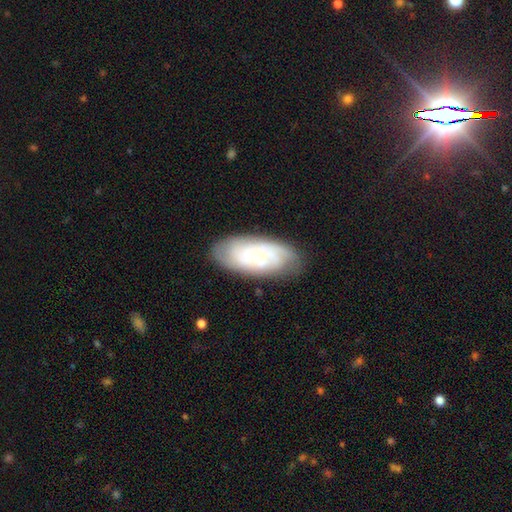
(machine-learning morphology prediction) Smooth or featured?
  - featured or disk: 66% *
  - smooth: 27%
  - star or artifact: 7%
Edge-on disk?
  - no: 92% *
  - yes: 8%
Bar?
  - no: 71% *
  - weak: 24%
  - strong: 5%
Spiral arms?
  - yes: 86% *
  - no: 14%
Spiral winding?
  - tight: 65% *
  - medium: 27%
  - loose: 8%
Spiral arm count?
  - can't tell: 49% *
  - 2: 23%
  - 3: 14%
  - 4: 6%
  - 1: 4%
  - more than 4: 3%
Bulge size?
  - small: 68% *
  - moderate: 27%
  - large: 2%
  - none: 2%
  - dominant: 1%
Merging?
  - none: 76% *
  - minor disturbance: 17%
  - major disturbance: 5%
  - merger: 2%